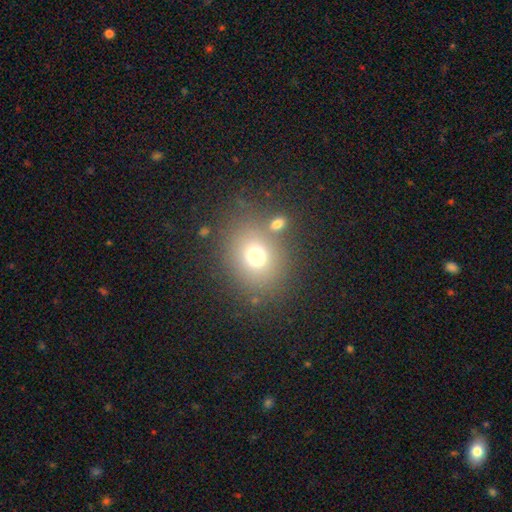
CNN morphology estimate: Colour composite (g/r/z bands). It shows a smooth galaxy with no disk features (72%) that is round (61%). Merging: none (74%).